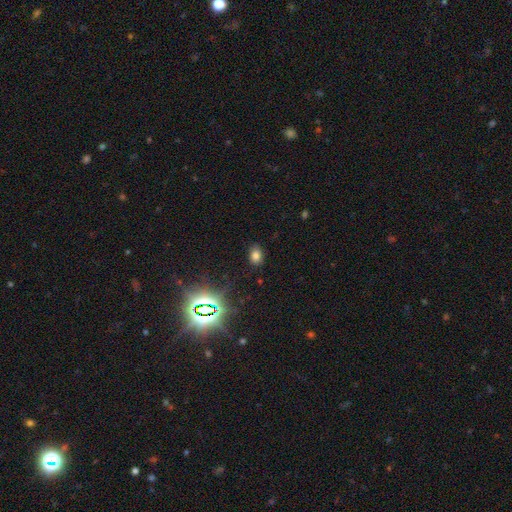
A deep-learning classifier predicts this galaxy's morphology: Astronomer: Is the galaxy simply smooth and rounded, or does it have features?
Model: smooth — 71%.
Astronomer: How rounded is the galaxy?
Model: in between — 74%.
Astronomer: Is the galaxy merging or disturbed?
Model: none — 83%.